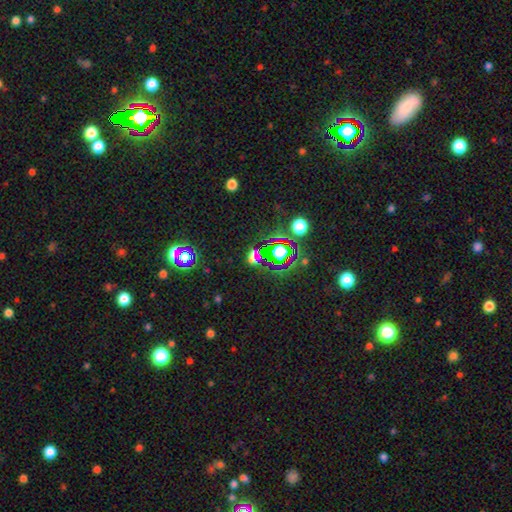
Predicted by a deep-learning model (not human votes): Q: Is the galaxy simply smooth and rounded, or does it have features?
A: star or artifact — 63%.